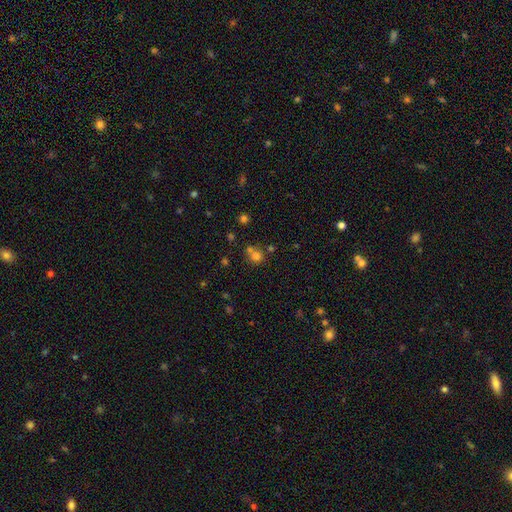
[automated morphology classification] A smooth galaxy with no disk features (70%) that is round (84%). Merging: none (52%).